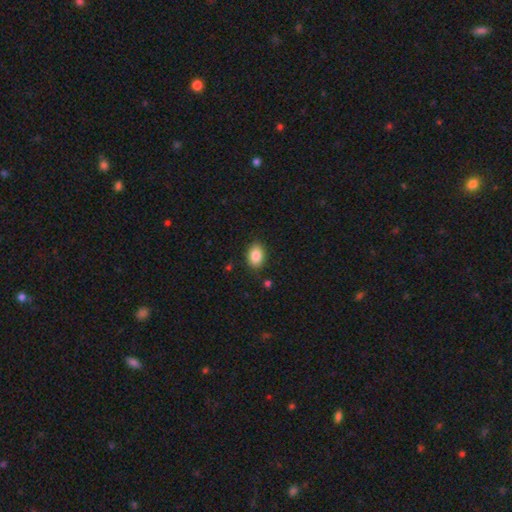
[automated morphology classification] Q: Smooth or featured?
A: smooth (87%); runner-up: star or artifact (8%)
Q: How rounded?
A: in between (81%); runner-up: round (18%)
Q: Merging?
A: none (85%); runner-up: minor disturbance (11%)